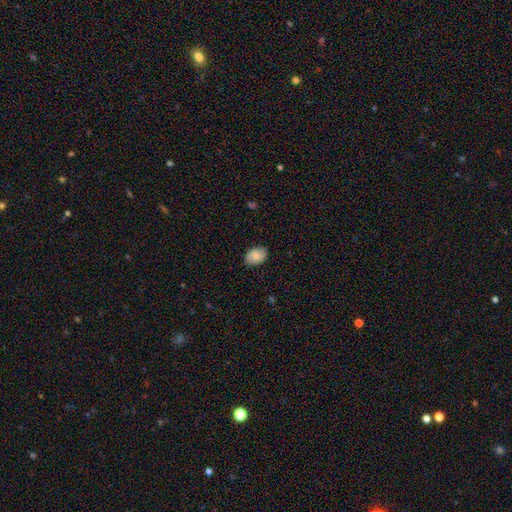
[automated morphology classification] smooth 80%, featured or disk 13%, star or artifact 7%. Down the decision tree: how rounded — in between (81%); merging — none (83%).